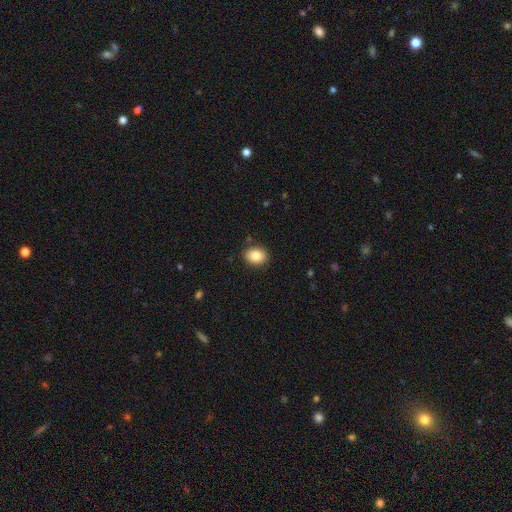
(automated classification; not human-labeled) Smooth or featured? Predicted: smooth (p=0.86). How rounded? Predicted: in between (p=0.62). Merging? Predicted: none (p=0.87).